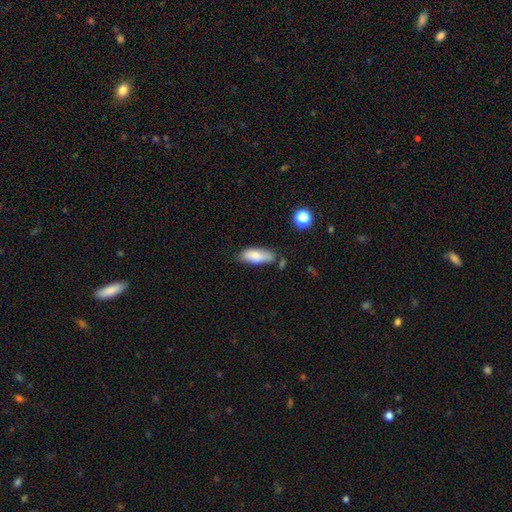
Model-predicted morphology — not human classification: Smooth or featured?
  - smooth: 82% *
  - featured or disk: 11%
  - star or artifact: 7%
How rounded?
  - in between: 76% *
  - cigar-shaped: 21%
  - round: 2%
Merging?
  - none: 64% *
  - minor disturbance: 24%
  - merger: 7%
  - major disturbance: 5%